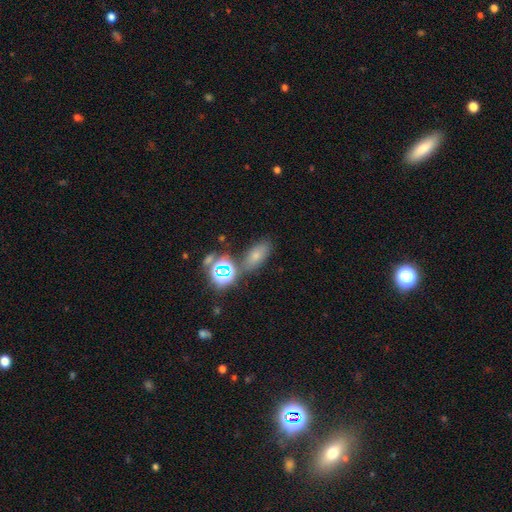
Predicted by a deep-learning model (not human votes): smooth_or_featured: smooth (p=0.61) [alt: star or artifact p=0.26]
how_rounded: in between (p=0.81) [alt: round p=0.11]
merging: none (p=0.72) [alt: minor disturbance p=0.13]